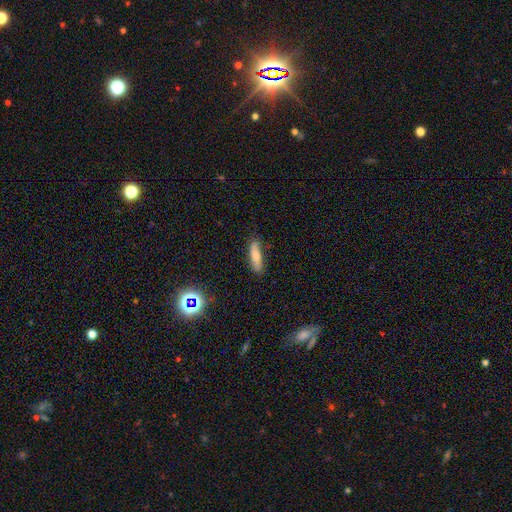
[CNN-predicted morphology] Smooth or featured? Predicted: smooth (p=0.73). How rounded? Predicted: cigar-shaped (p=0.64). Merging? Predicted: none (p=0.79).